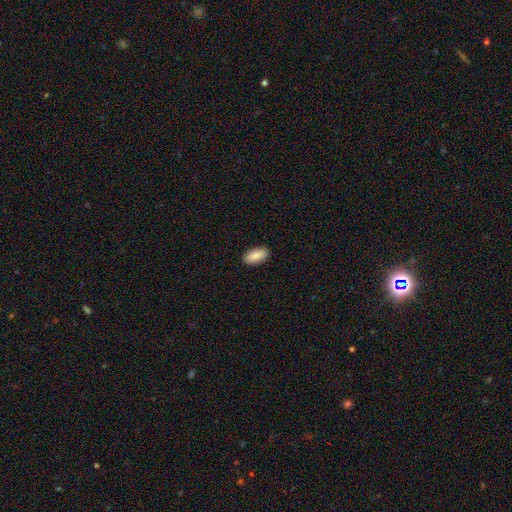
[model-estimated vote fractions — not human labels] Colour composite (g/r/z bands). It shows a smooth galaxy with no disk features (86%) that is in between round and cigar-shaped (90%). Merging: none (90%).